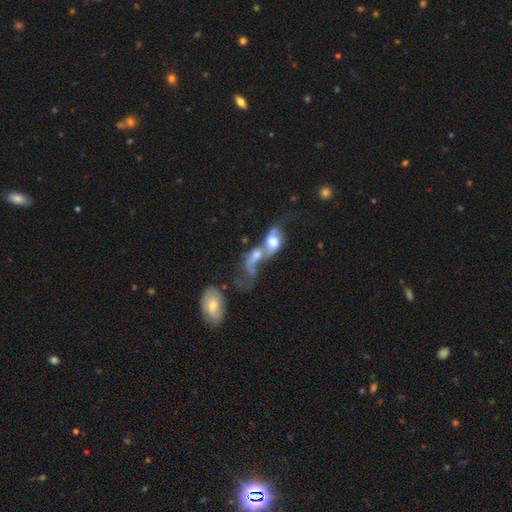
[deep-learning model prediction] smooth-or-featured: featured or disk: 48% | smooth: 41% | star or artifact: 11%
  merging: merger: 79% | major disturbance: 10% | none: 6% | minor disturbance: 4%